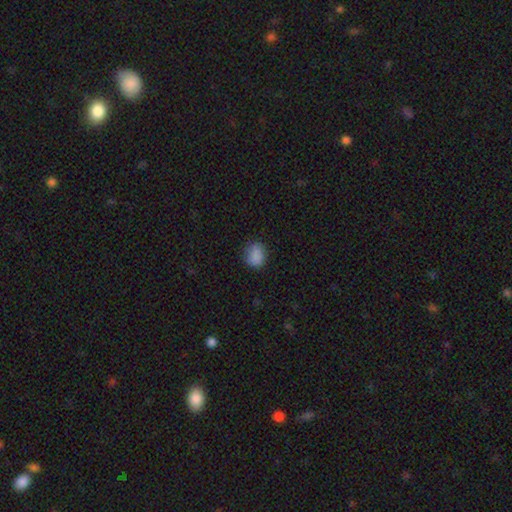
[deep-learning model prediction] Smooth or featured?
  - smooth: 86% *
  - star or artifact: 10%
  - featured or disk: 4%
How rounded?
  - round: 53% *
  - in between: 46%
  - cigar-shaped: 1%
Merging?
  - none: 78% *
  - minor disturbance: 17%
  - major disturbance: 4%
  - merger: 1%